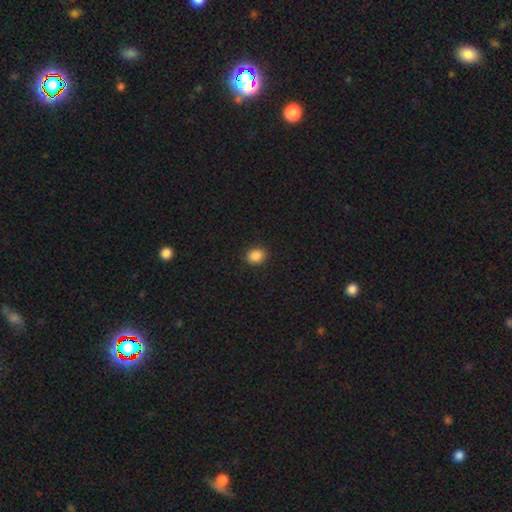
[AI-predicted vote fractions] This appears to be a smooth galaxy with no disk features (87%) that is round (56%). Merging: none (89%).